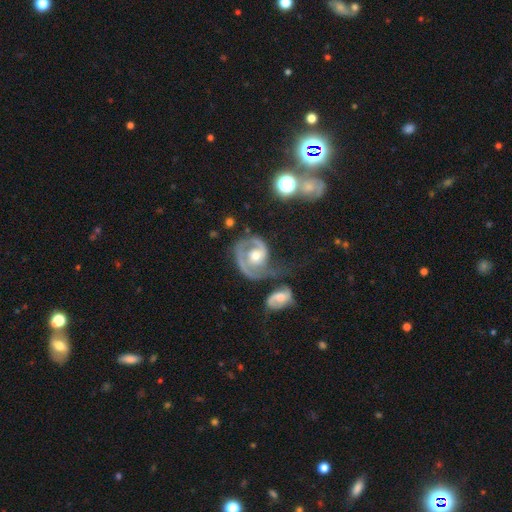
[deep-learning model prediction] A featured or disk galaxy (86%) with no bar (64%), 2 (51%) tight (45%) spiral arms (93%) and a moderate central bulge (69%). Merging: none (32%).